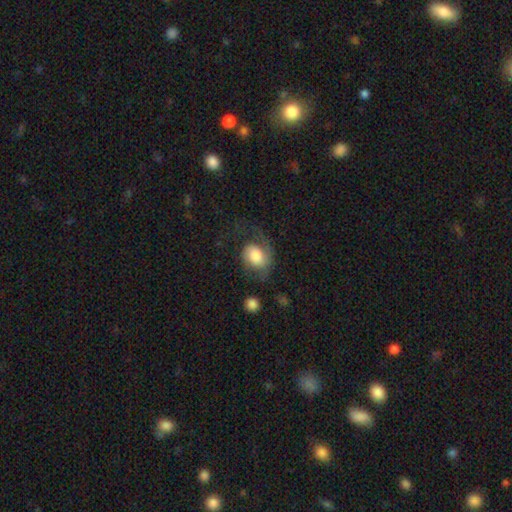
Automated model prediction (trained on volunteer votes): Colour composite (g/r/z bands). It shows a smooth galaxy with no disk features (50%). Merging: none (38%).